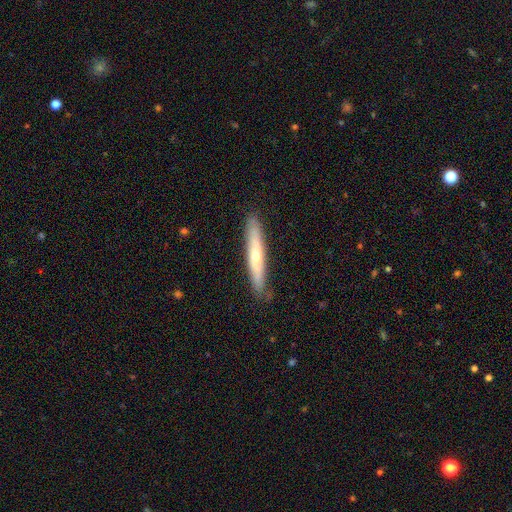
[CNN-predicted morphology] type=featured or disk (47%, tied with smooth); merging=none (85%).